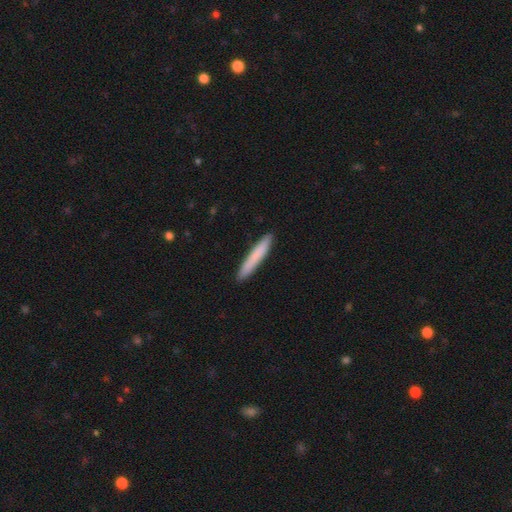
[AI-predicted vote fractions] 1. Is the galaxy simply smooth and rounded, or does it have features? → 78% smooth, 16% featured or disk, 6% star or artifact.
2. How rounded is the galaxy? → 96% cigar-shaped, 3% in between, 1% round.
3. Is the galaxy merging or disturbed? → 91% none, 6% minor disturbance, 1% major disturbance, 1% merger.